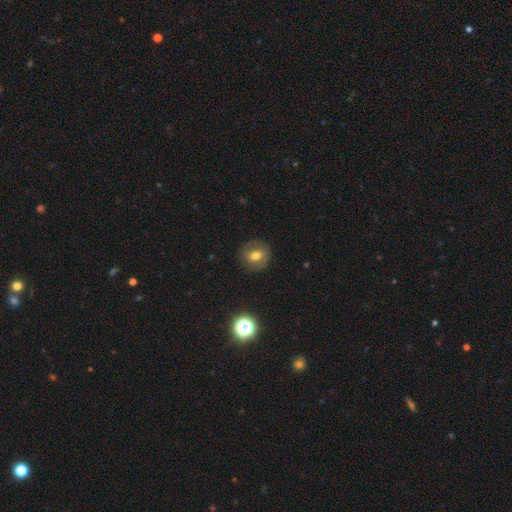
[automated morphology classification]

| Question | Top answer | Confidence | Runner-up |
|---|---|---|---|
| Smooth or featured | smooth | 61% | featured or disk (26%) |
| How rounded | round | 86% | in between (13%) |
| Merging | none | 84% | minor disturbance (11%) |